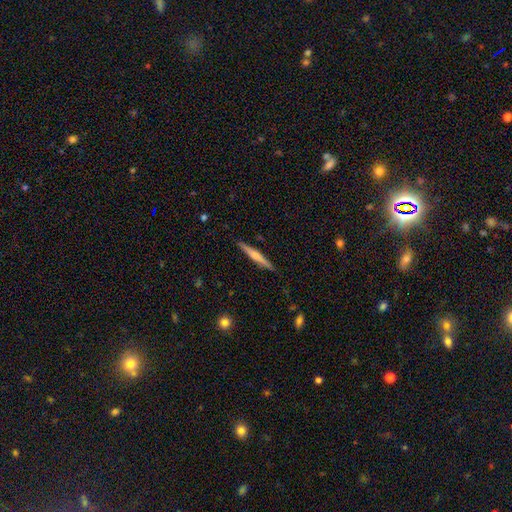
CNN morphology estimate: Q: Smooth or featured?
A: featured or disk (53%); runner-up: smooth (42%)
Q: Edge-on disk?
A: yes (98%); runner-up: no (2%)
Q: Edge-on bulge?
A: rounded (59%); runner-up: none (27%)
Q: Merging?
A: none (90%); runner-up: minor disturbance (7%)